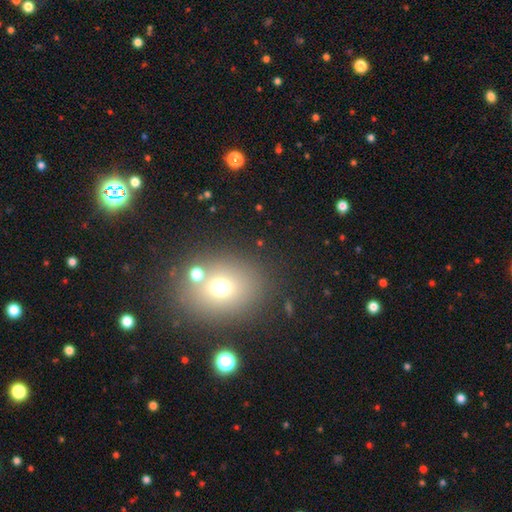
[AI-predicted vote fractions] Smooth or featured?
  - smooth: 53% *
  - star or artifact: 34%
  - featured or disk: 12%
How rounded?
  - round: 51% *
  - in between: 47%
  - cigar-shaped: 2%
Merging?
  - none: 79% *
  - minor disturbance: 9%
  - merger: 9%
  - major disturbance: 4%